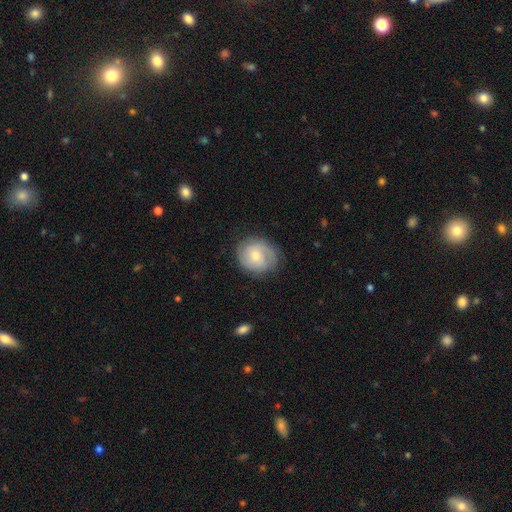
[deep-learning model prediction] Morphology: type=featured or disk (57%); edge-on=no (97%); bar=no (62%); spiral arms=yes (88%); bulge=moderate (47%); merging=none (75%).